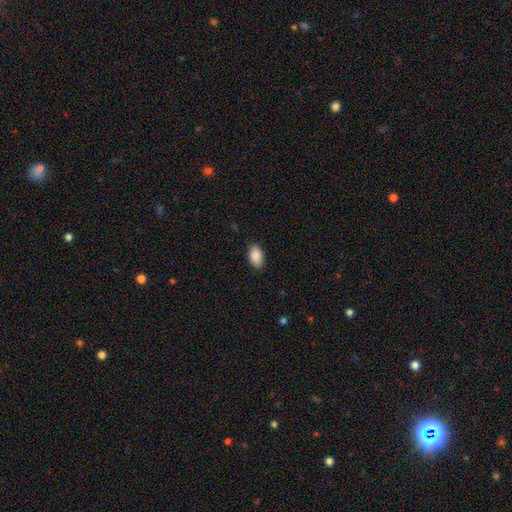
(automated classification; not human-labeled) Morphology: type=smooth (89%); roundness=in between (94%); merging=none (87%).